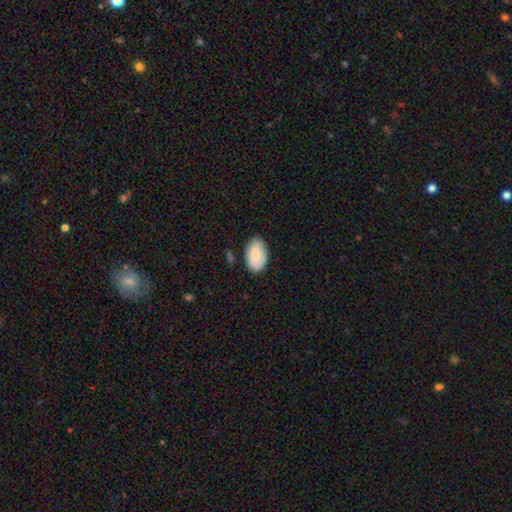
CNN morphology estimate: A smooth galaxy with no disk features (86%) that is in between round and cigar-shaped (93%). Merging: none (74%).